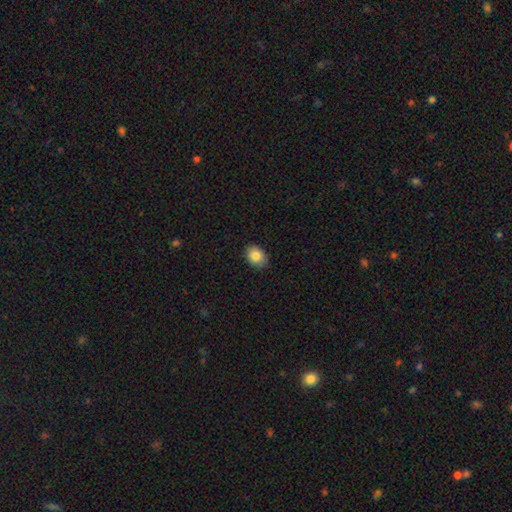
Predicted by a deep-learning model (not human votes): This appears to be a smooth galaxy with no disk features (85%) that is in between round and cigar-shaped (65%). Merging: none (86%).